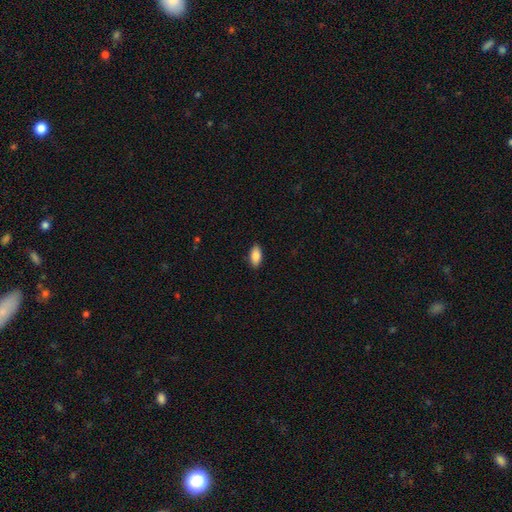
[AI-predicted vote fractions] Overall: smooth (87%). How rounded: in between (91%). Merging: none (89%).